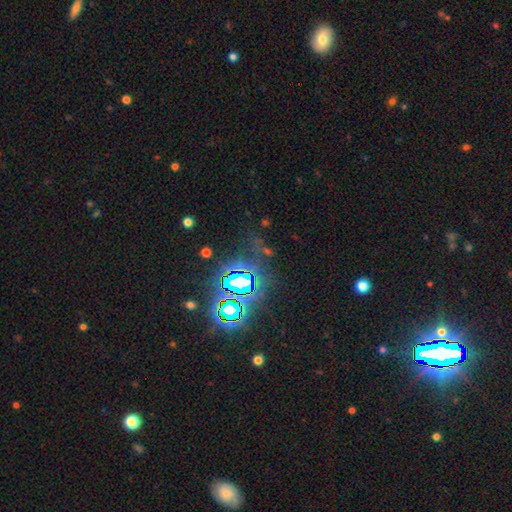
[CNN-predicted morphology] smooth_or_featured: star or artifact (p=0.82) [alt: smooth p=0.10]